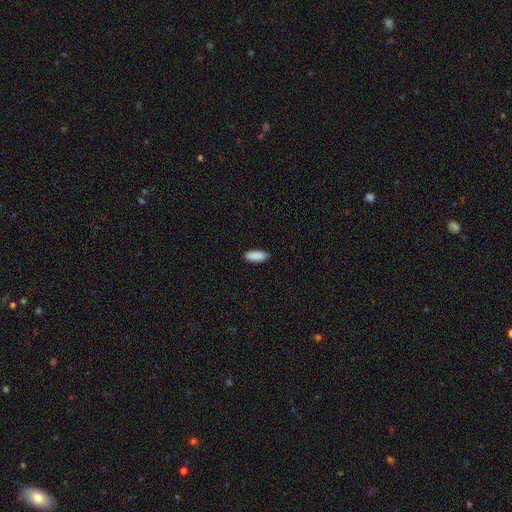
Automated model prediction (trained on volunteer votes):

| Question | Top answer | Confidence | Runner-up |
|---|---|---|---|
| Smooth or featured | smooth | 90% | star or artifact (6%) |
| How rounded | in between | 82% | cigar-shaped (17%) |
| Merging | none | 88% | minor disturbance (9%) |